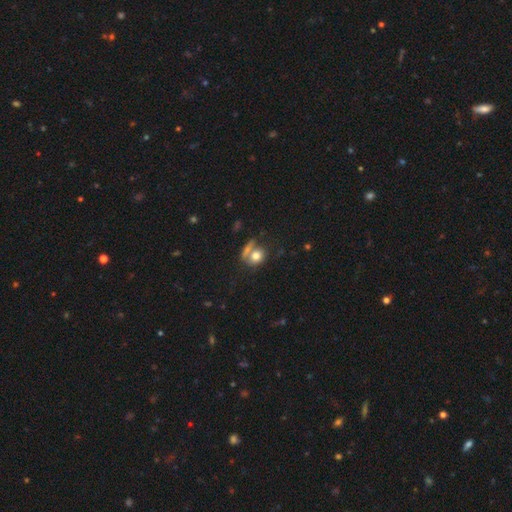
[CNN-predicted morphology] smooth 75%, featured or disk 16%, star or artifact 9%. Down the decision tree: how rounded — round (49%); merging — none (41%).